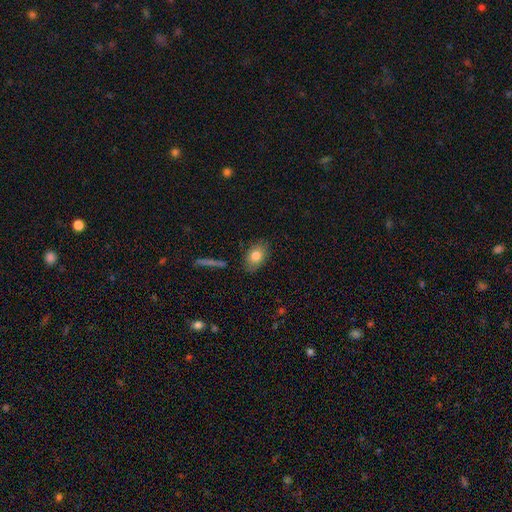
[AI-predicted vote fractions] Q: Smooth or featured?
A: smooth (79%); runner-up: featured or disk (13%)
Q: How rounded?
A: in between (80%); runner-up: round (18%)
Q: Merging?
A: none (81%); runner-up: minor disturbance (14%)